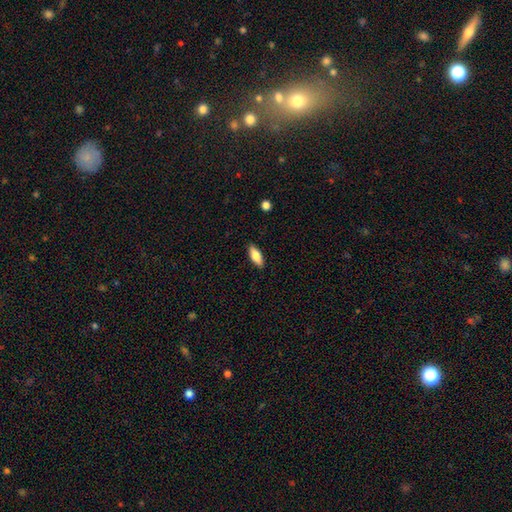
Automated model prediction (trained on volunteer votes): smooth_or_featured: smooth (p=0.79) [alt: featured or disk p=0.14]
how_rounded: in between (p=0.74) [alt: cigar-shaped p=0.24]
merging: none (p=0.89) [alt: minor disturbance p=0.08]